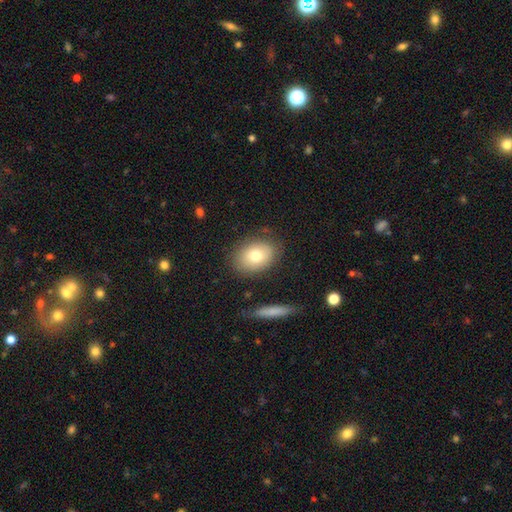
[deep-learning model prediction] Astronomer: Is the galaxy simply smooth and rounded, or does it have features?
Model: smooth — 75%.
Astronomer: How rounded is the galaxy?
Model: in between — 68%.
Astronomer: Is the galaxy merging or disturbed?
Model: none — 81%.